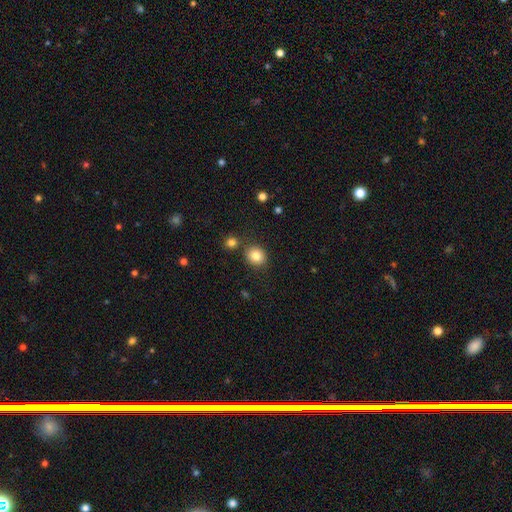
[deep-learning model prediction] The model was most divided on "how rounded": round: 78%, in between: 21%, cigar-shaped: 1%. More confident: smooth or featured — smooth (84%); merging — none (81%).